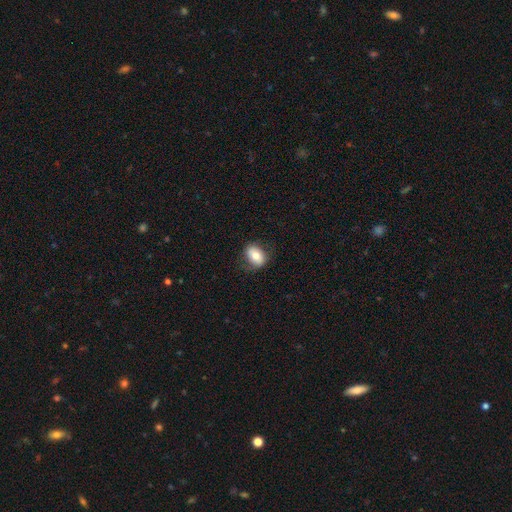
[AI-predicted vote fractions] smooth-or-featured: smooth: 72% | featured or disk: 20% | star or artifact: 8%
  how-rounded: in between: 76% | round: 23% | cigar-shaped: 1%
  merging: none: 76% | minor disturbance: 18% | major disturbance: 6% | merger: 1%